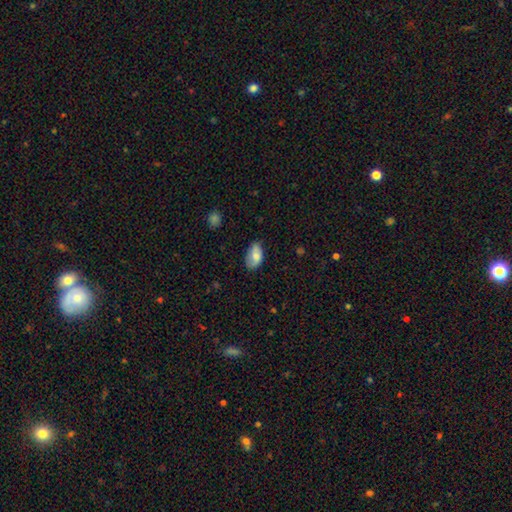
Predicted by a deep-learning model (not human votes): Morphology: type=smooth (75%); roundness=in between (93%); merging=none (60%).